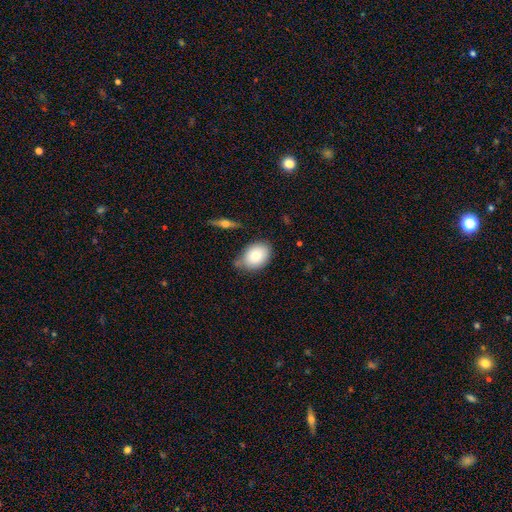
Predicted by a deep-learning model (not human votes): Smooth or featured?
  - smooth: 81% *
  - featured or disk: 12%
  - star or artifact: 7%
How rounded?
  - in between: 77% *
  - round: 22%
  - cigar-shaped: 1%
Merging?
  - none: 69% *
  - minor disturbance: 21%
  - merger: 6%
  - major disturbance: 4%